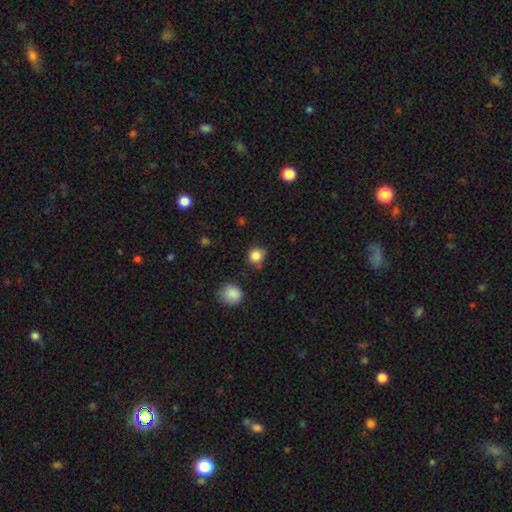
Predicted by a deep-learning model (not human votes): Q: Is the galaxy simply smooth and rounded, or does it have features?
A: smooth — 84%.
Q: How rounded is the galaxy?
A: round — 87%.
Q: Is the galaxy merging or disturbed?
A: none — 74%.